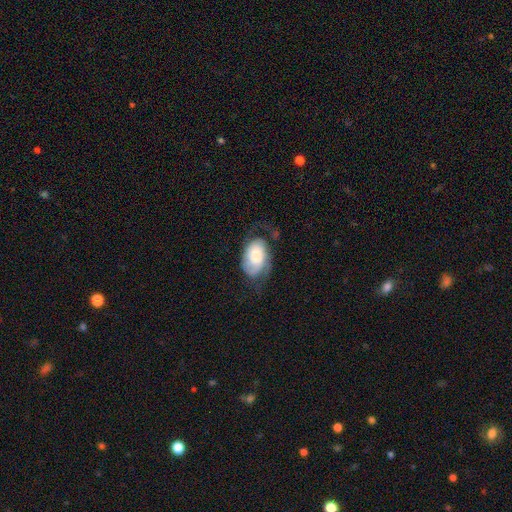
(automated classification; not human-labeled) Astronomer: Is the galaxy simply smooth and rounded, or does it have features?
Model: featured or disk — 47% (runner-up: smooth, 46%).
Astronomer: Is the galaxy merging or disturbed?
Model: none — 43% (runner-up: minor disturbance, 28%).